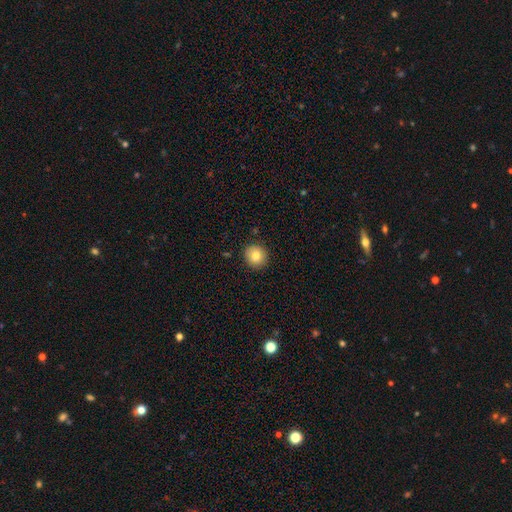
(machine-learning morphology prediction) A smooth galaxy with no disk features (82%) that is round (93%).

Vote fractions:
- Smooth or featured? smooth: 82% / star or artifact: 9% / featured or disk: 9%
- How rounded? round: 93% / in between: 6% / cigar-shaped: 1%
- Merging? none: 91% / minor disturbance: 6% / major disturbance: 2% / merger: 1%